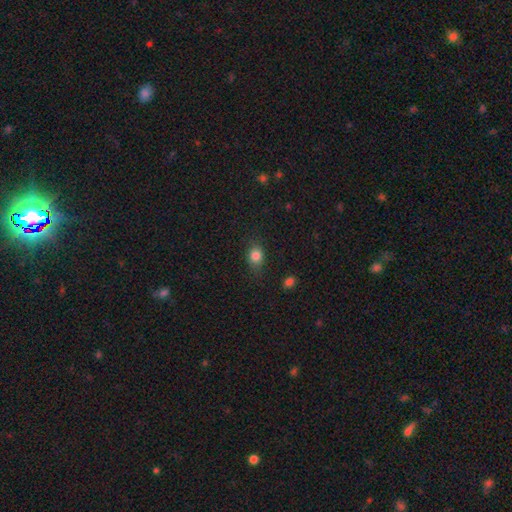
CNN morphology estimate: A smooth galaxy with no disk features (83%) that is round (51%). Merging: none (76%).